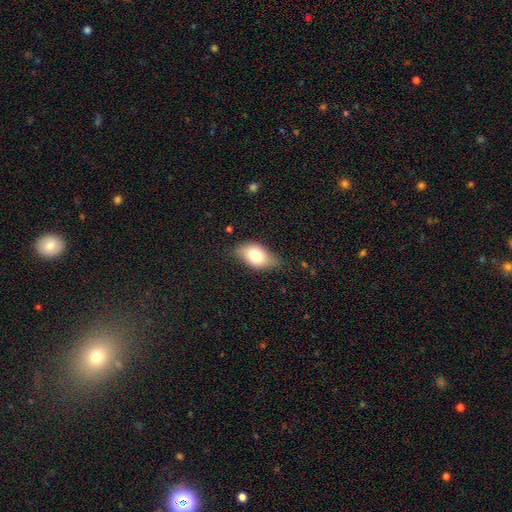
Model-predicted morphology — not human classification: Smooth or featured? Predicted: smooth (p=0.75). How rounded? Predicted: in between (p=0.90). Merging? Predicted: none (p=0.67).